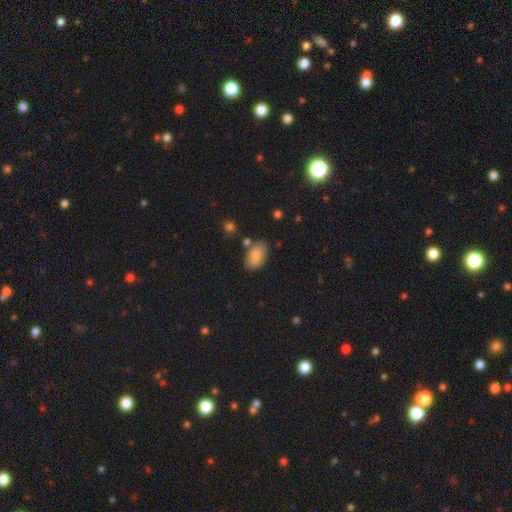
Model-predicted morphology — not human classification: smooth-or-featured: smooth: 86% | star or artifact: 8% | featured or disk: 6%
  how-rounded: in between: 93% | round: 5% | cigar-shaped: 2%
  merging: none: 74% | minor disturbance: 16% | merger: 6% | major disturbance: 4%